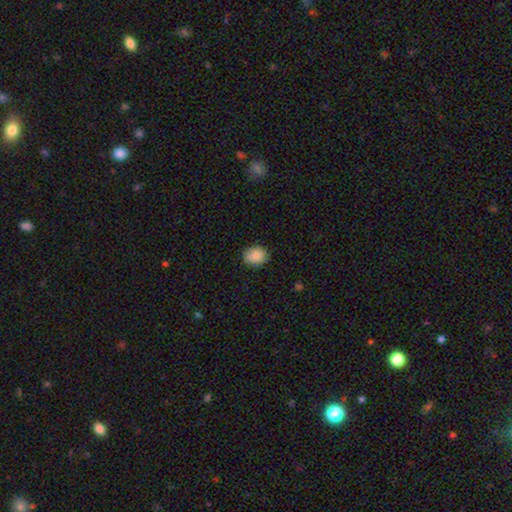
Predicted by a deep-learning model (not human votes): Smooth or featured? Predicted: smooth (p=0.87). How rounded? Predicted: round (p=0.53). Merging? Predicted: none (p=0.86).